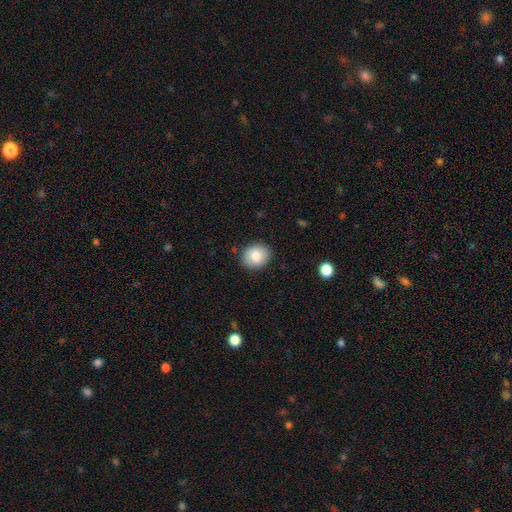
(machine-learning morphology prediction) This appears to be a smooth galaxy with no disk features (83%) that is round (59%). Merging: none (87%).